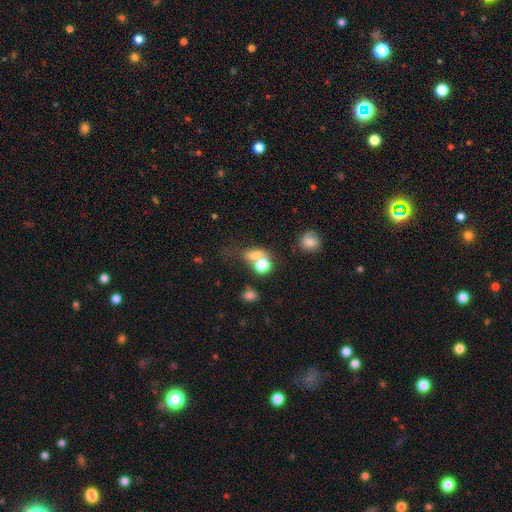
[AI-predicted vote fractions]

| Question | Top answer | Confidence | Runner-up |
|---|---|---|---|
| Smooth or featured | smooth | 72% | star or artifact (17%) |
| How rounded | round | 53% | in between (44%) |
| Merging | merger | 41% | none (36%) |